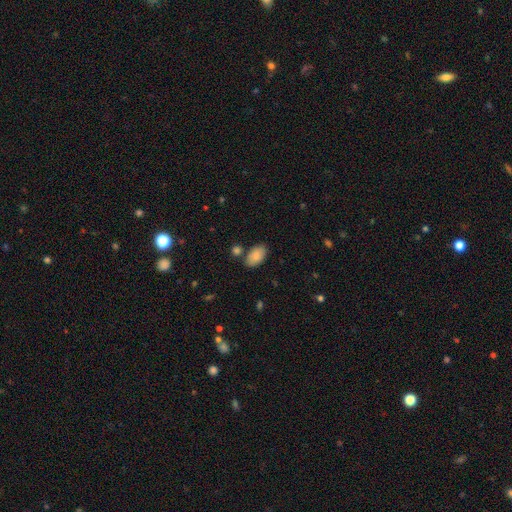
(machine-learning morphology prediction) smooth 86%, featured or disk 7%, star or artifact 7%. Down the decision tree: how rounded — in between (94%); merging — none (78%).